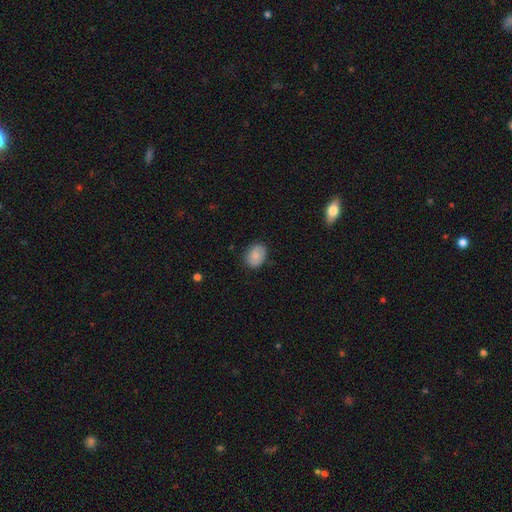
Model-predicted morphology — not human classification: The model was most divided on "how rounded": in between: 63%, round: 36%, cigar-shaped: 1%. More confident: merging — none (83%); smooth or featured — smooth (83%).